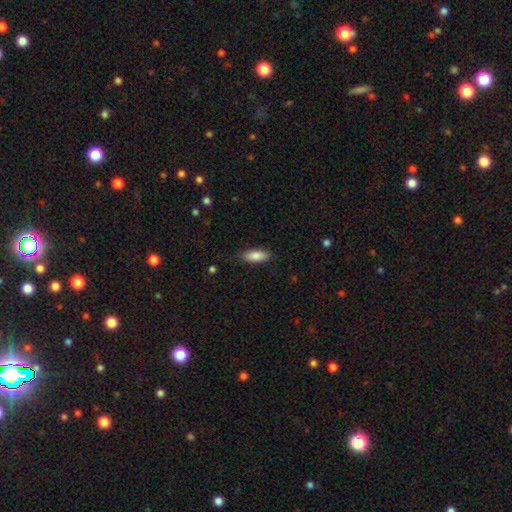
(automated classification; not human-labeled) Morphology: type=smooth (86%); roundness=in between (80%); merging=none (80%).